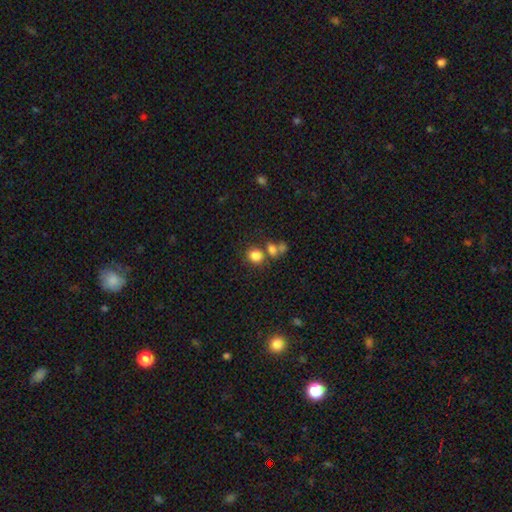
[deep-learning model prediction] Smooth or featured?
  - smooth: 81% *
  - star or artifact: 12%
  - featured or disk: 7%
How rounded?
  - round: 67% *
  - in between: 32%
  - cigar-shaped: 1%
Merging?
  - none: 59% *
  - merger: 26%
  - minor disturbance: 10%
  - major disturbance: 5%